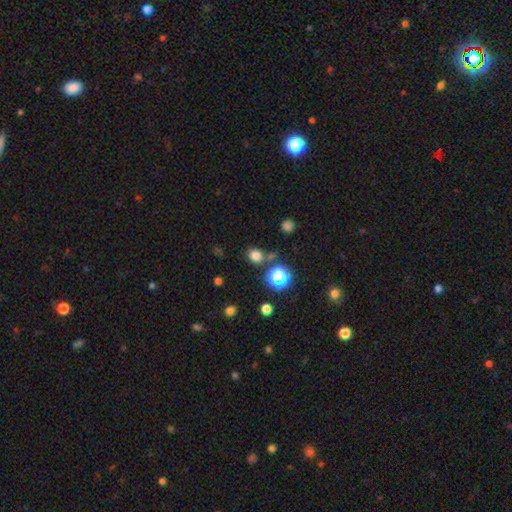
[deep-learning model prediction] The model was most divided on "how rounded": round: 65%, in between: 34%, cigar-shaped: 1%. More confident: merging — none (76%); smooth or featured — smooth (75%).